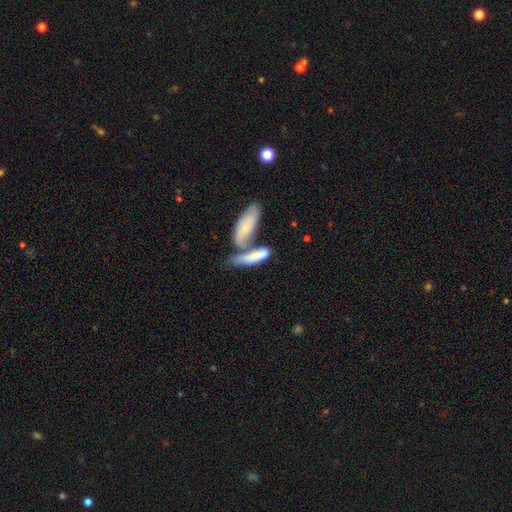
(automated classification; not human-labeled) Morphology: type=smooth (69%); roundness=cigar-shaped (54%); merging=merger (53%).